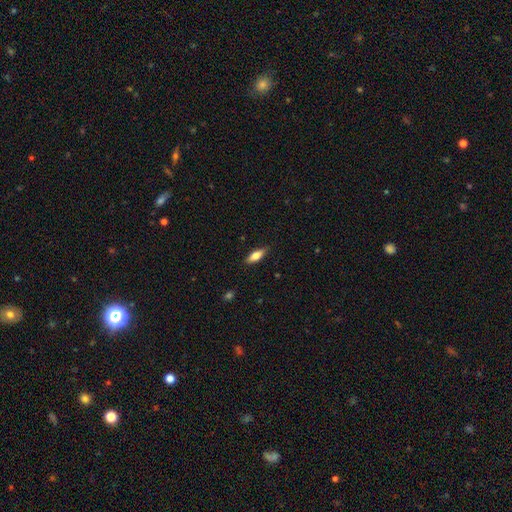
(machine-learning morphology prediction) A smooth galaxy with no disk features (73%) that is in between round and cigar-shaped (69%).

Vote fractions:
- Smooth or featured? smooth: 73% / featured or disk: 20% / star or artifact: 7%
- How rounded? in between: 69% / cigar-shaped: 29% / round: 2%
- Merging? none: 87% / minor disturbance: 10% / major disturbance: 2% / merger: 1%